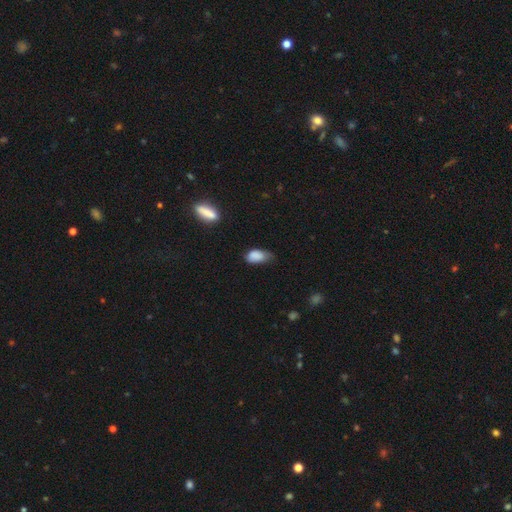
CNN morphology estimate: This appears to be a smooth galaxy with no disk features (85%) that is in between round and cigar-shaped (89%). Merging: minor disturbance (47%).